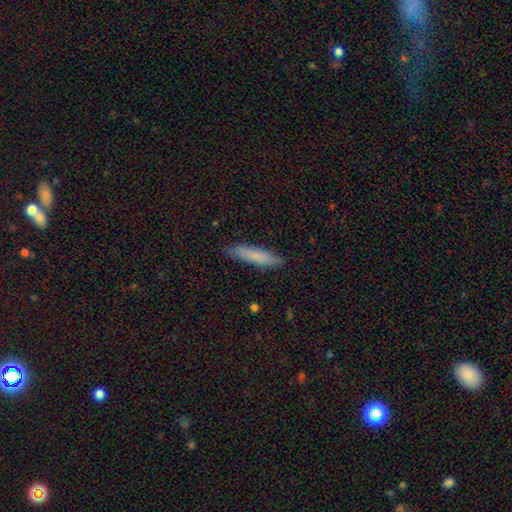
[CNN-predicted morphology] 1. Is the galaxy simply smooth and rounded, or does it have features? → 79% smooth, 15% featured or disk, 7% star or artifact.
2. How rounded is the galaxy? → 86% cigar-shaped, 13% in between, 1% round.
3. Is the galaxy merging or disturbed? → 87% none, 10% minor disturbance, 2% major disturbance, 1% merger.